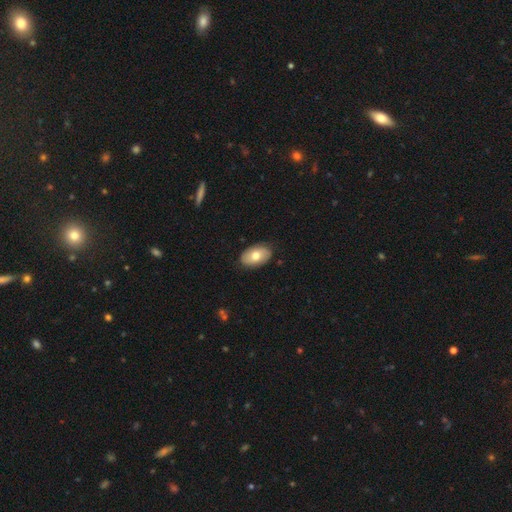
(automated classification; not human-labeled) Smooth or featured?
  - smooth: 70% *
  - featured or disk: 24%
  - star or artifact: 6%
How rounded?
  - in between: 91% *
  - round: 8%
  - cigar-shaped: 1%
Merging?
  - none: 84% *
  - minor disturbance: 12%
  - major disturbance: 2%
  - merger: 1%